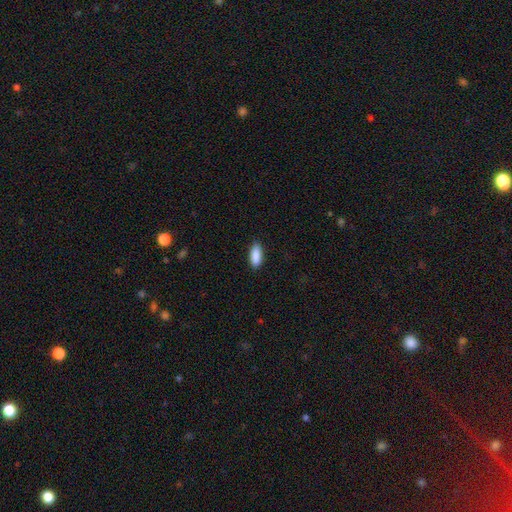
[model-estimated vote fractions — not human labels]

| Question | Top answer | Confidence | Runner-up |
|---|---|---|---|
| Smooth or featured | smooth | 90% | star or artifact (6%) |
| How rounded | in between | 81% | cigar-shaped (17%) |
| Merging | none | 88% | minor disturbance (9%) |